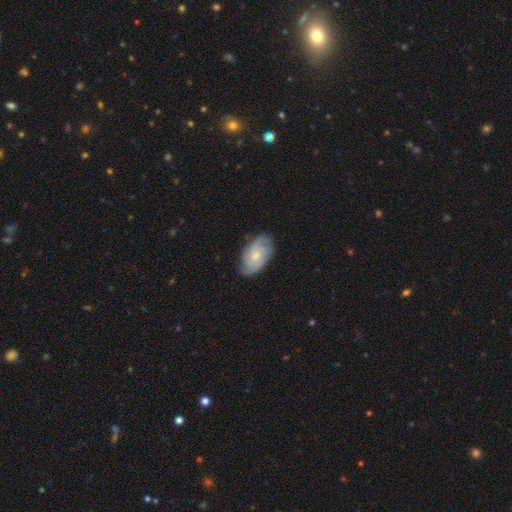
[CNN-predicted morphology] featured or disk 53%, smooth 41%, star or artifact 6%. Down the decision tree: edge-on disk — no (95%); merging — none (73%).